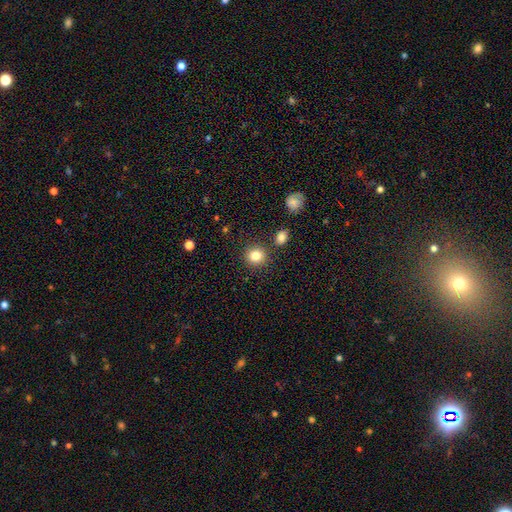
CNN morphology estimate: The model was most divided on "smooth or featured": smooth: 83%, star or artifact: 10%, featured or disk: 7%. More confident: how rounded — round (88%); merging — none (86%).